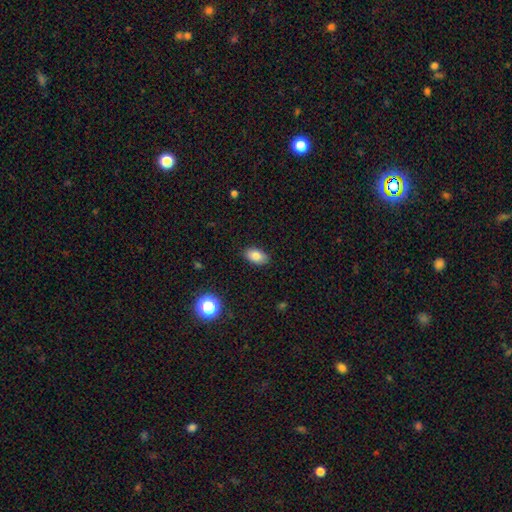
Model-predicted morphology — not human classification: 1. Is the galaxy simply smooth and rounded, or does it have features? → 82% smooth, 9% star or artifact, 9% featured or disk.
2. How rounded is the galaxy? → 91% in between, 6% round, 2% cigar-shaped.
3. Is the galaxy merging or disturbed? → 87% none, 10% minor disturbance, 2% major disturbance, 1% merger.